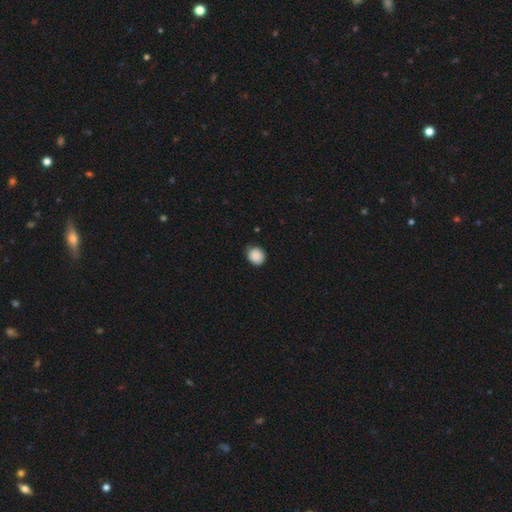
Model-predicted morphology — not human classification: This is clearly a smooth galaxy (89%). How rounded: likely round (79%). Merging: clearly none (82%).